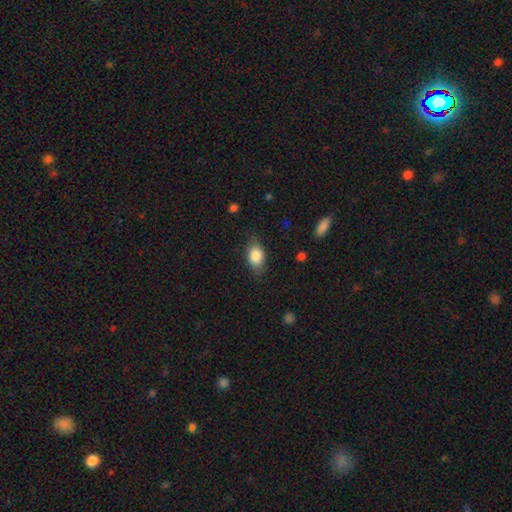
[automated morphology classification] This is clearly a smooth galaxy (84%). How rounded: clearly in between (84%). Merging: likely none (78%).